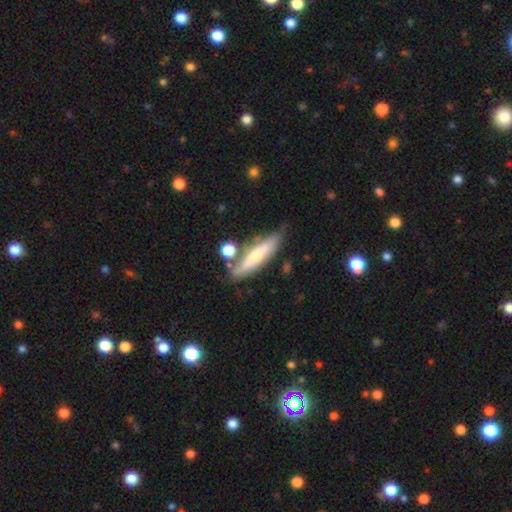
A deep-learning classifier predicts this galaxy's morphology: Smooth or featured?
  - smooth: 51% *
  - featured or disk: 42%
  - star or artifact: 7%
How rounded?
  - cigar-shaped: 72% *
  - in between: 25%
  - round: 3%
Merging?
  - none: 67% *
  - minor disturbance: 18%
  - merger: 11%
  - major disturbance: 5%